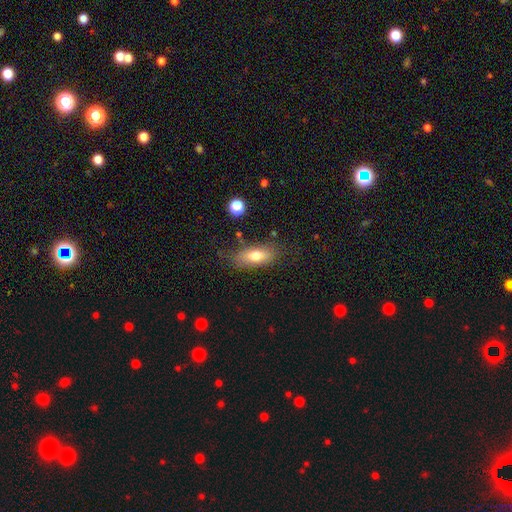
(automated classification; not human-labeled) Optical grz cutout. It shows a smooth galaxy with no disk features (72%) that is in between round and cigar-shaped (77%). Merging: none (71%).